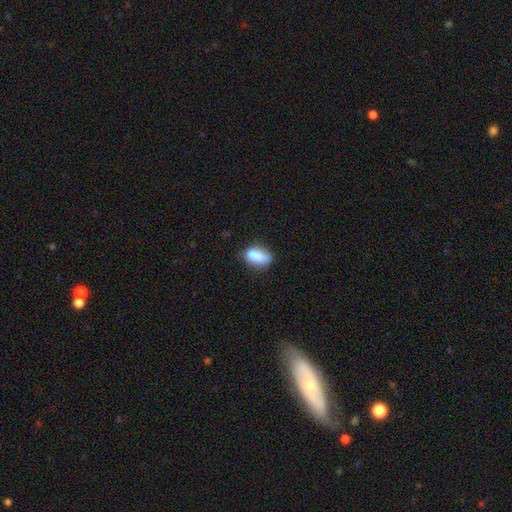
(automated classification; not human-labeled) smooth 81%, featured or disk 11%, star or artifact 9%. Down the decision tree: how rounded — in between (85%); merging — none (52%).